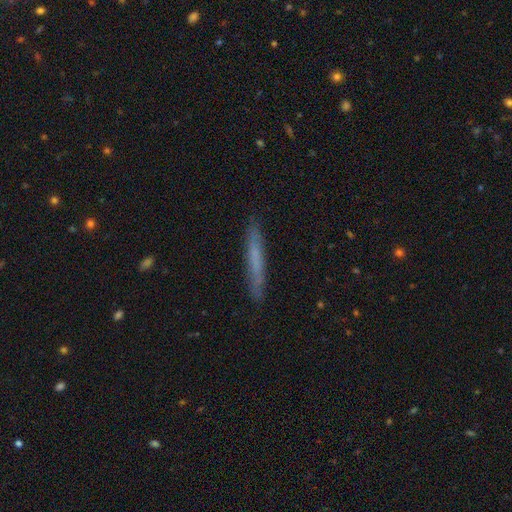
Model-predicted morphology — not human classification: Smooth or featured? smooth (55%)
How rounded? cigar-shaped (96%)
Merging? none (89%)